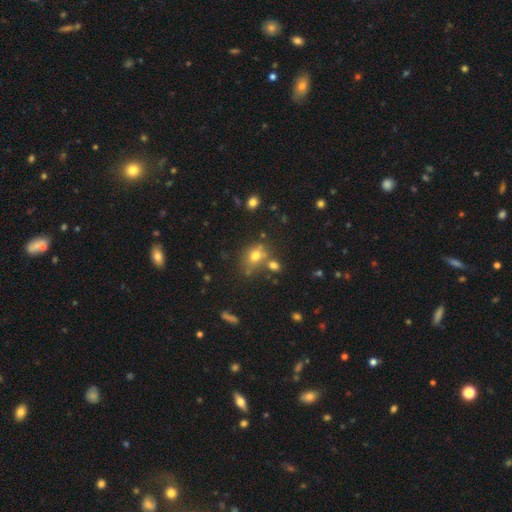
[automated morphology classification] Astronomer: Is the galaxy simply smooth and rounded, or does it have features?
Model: smooth — 71%.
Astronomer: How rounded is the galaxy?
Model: in between — 53% (runner-up: round, 45%).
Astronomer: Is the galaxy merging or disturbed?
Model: none — 56%.